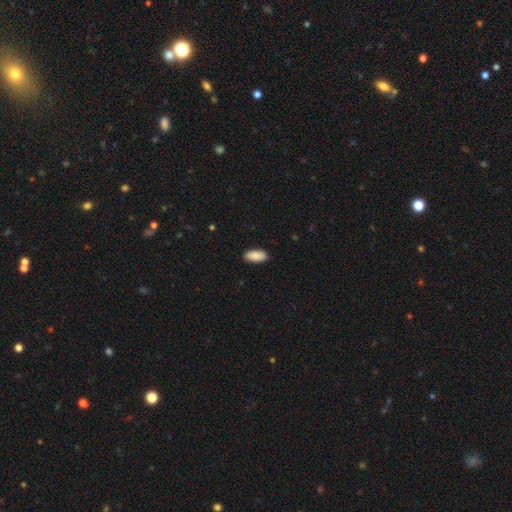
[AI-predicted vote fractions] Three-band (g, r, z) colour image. It shows a smooth galaxy with no disk features (90%) that is in between round and cigar-shaped (91%). Merging: none (89%).